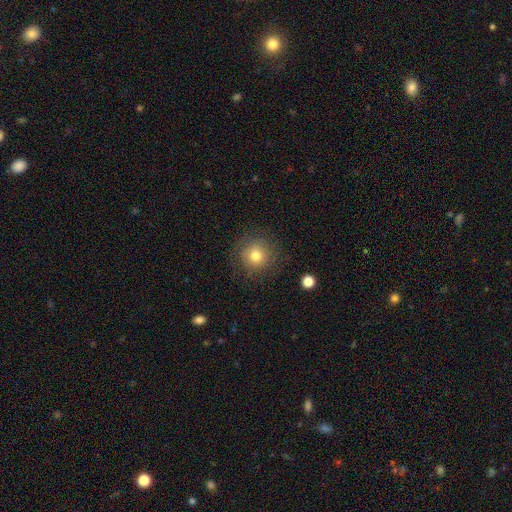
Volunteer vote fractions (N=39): Overall: smooth (82%). How rounded: round (91%). Merging: none (83%).